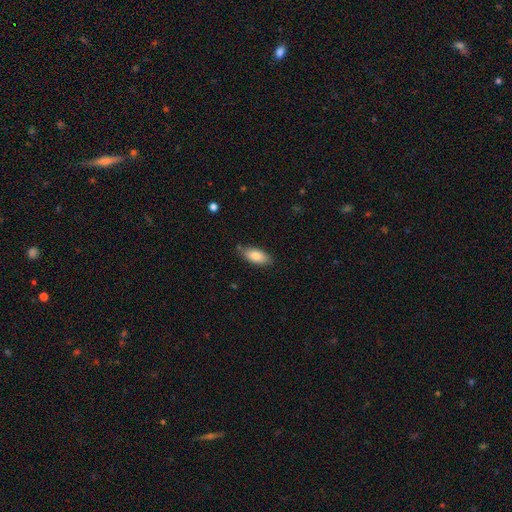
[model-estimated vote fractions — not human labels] smooth-or-featured: smooth: 82% | featured or disk: 11% | star or artifact: 6%
  how-rounded: in between: 89% | cigar-shaped: 8% | round: 2%
  merging: none: 75% | minor disturbance: 20% | major disturbance: 3% | merger: 3%